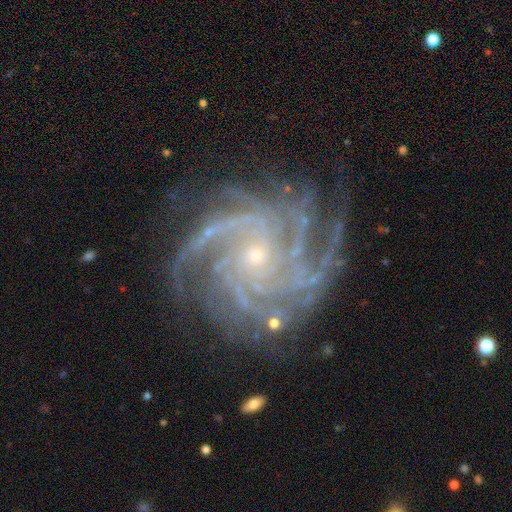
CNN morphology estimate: This is clearly a featured or disk galaxy (92%). It is clearly not viewed edge-on (98%). Bar: likely no (71%). Spiral arm pattern: clearly yes (99%). Spiral arm count: marginally 4 (30%). Spiral winding: likely tight (66%). Central bulge: clearly small (81%). Merging: likely none (76%).